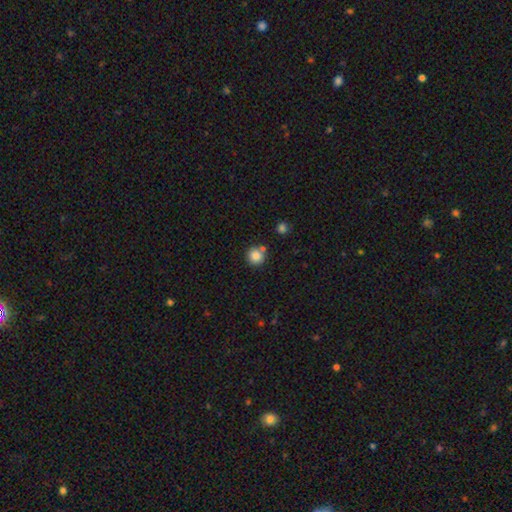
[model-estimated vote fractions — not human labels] Smooth or featured?
  - smooth: 83% *
  - star or artifact: 11%
  - featured or disk: 6%
How rounded?
  - round: 95% *
  - in between: 5%
  - cigar-shaped: 1%
Merging?
  - none: 78% *
  - merger: 13%
  - minor disturbance: 8%
  - major disturbance: 2%